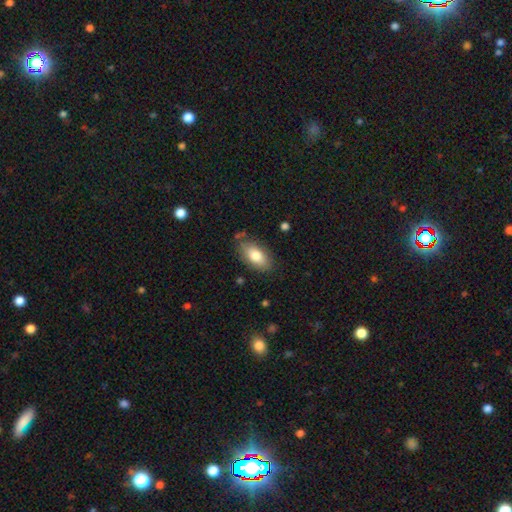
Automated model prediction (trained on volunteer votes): smooth-or-featured: smooth: 78% | featured or disk: 15% | star or artifact: 7%
  how-rounded: in between: 90% | cigar-shaped: 6% | round: 4%
  merging: none: 79% | minor disturbance: 15% | major disturbance: 3% | merger: 3%